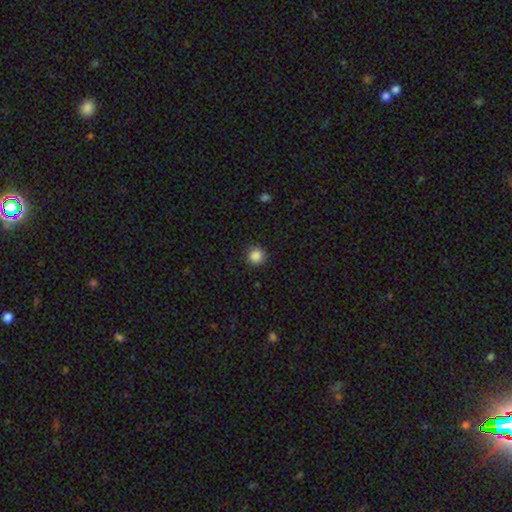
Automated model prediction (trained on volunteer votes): smooth-or-featured: smooth: 87% | star or artifact: 10% | featured or disk: 3%
  how-rounded: round: 95% | in between: 4% | cigar-shaped: 1%
  merging: none: 91% | minor disturbance: 6% | major disturbance: 2% | merger: 1%